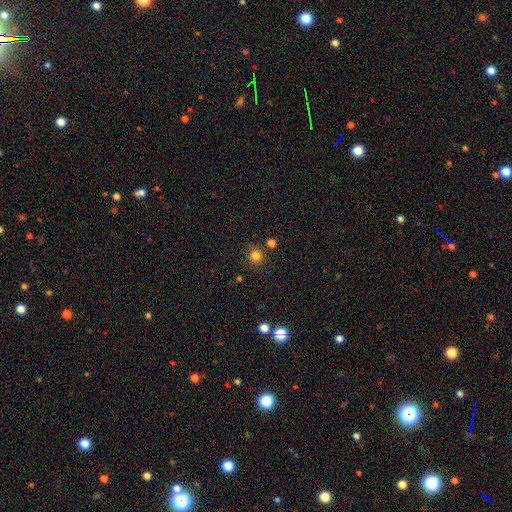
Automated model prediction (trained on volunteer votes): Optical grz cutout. It shows a smooth galaxy with no disk features (81%) that is round (94%). Merging: none (83%).